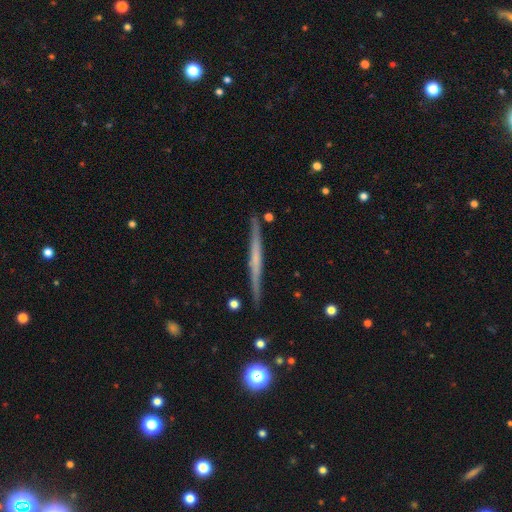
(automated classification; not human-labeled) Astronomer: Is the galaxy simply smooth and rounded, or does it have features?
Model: featured or disk — 64%.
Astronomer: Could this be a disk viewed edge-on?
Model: yes — 98%.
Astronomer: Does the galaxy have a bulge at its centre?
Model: none — 70%.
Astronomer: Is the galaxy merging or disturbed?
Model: none — 90%.